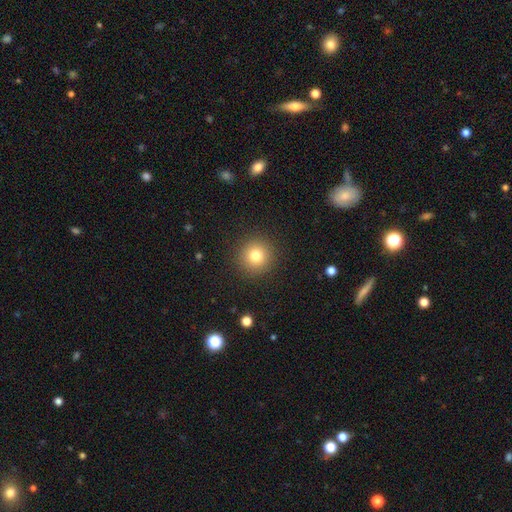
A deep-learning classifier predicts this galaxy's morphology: Smooth or featured: smooth — 79% (star or artifact — 13%)
How rounded: round — 95% (in between — 4%)
Merging: none — 91% (minor disturbance — 5%)